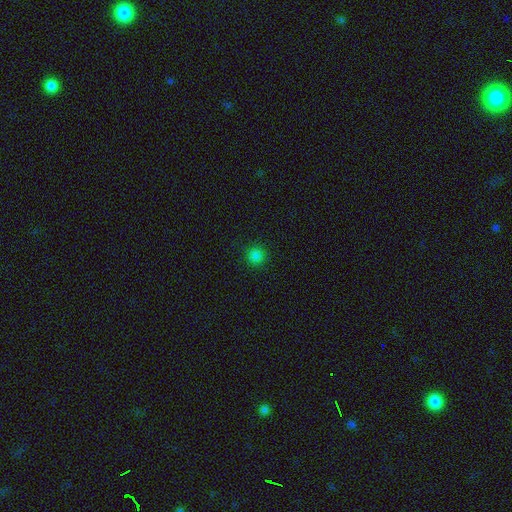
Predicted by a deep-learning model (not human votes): Q: Smooth or featured?
A: smooth (82%); runner-up: star or artifact (15%)
Q: How rounded?
A: round (95%); runner-up: in between (4%)
Q: Merging?
A: none (91%); runner-up: minor disturbance (6%)